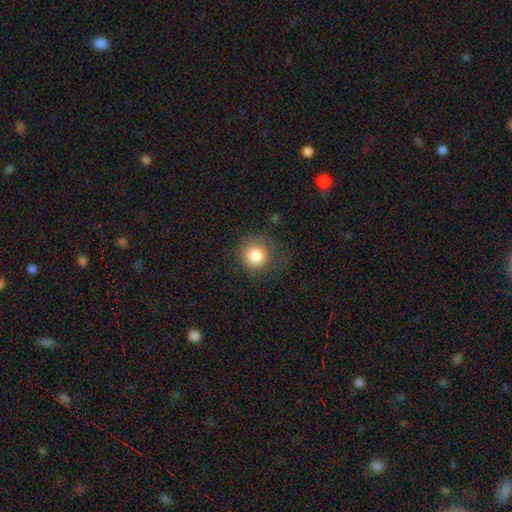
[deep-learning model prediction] Smooth or featured? Predicted: smooth (p=0.83). How rounded? Predicted: round (p=0.93). Merging? Predicted: none (p=0.76).